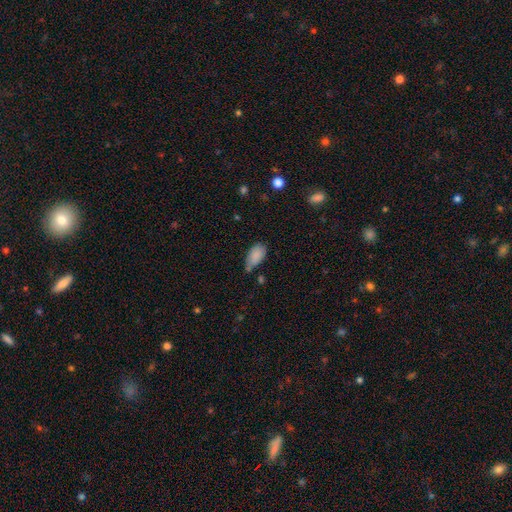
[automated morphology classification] smooth_or_featured: smooth (p=0.86) [alt: star or artifact p=0.08]
how_rounded: in between (p=0.93) [alt: round p=0.04]
merging: none (p=0.46) [alt: minor disturbance p=0.37]